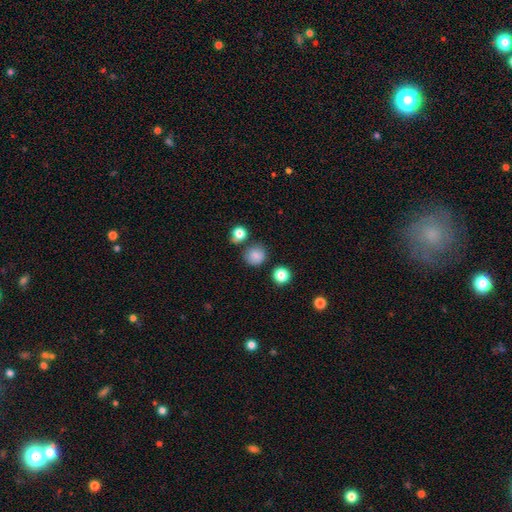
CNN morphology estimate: Smooth or featured?
  - smooth: 83% *
  - star or artifact: 12%
  - featured or disk: 5%
How rounded?
  - round: 86% *
  - in between: 13%
  - cigar-shaped: 1%
Merging?
  - none: 78% *
  - minor disturbance: 13%
  - merger: 6%
  - major disturbance: 4%